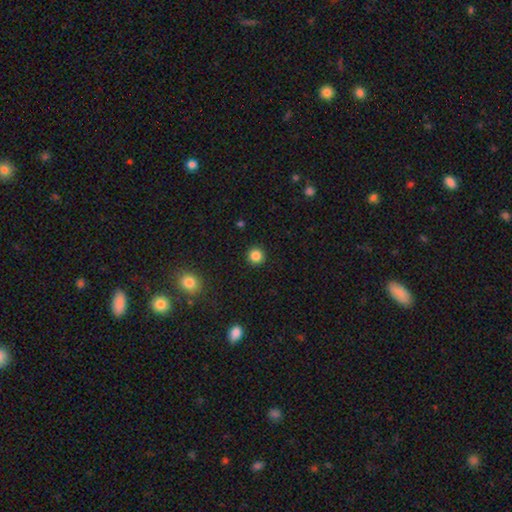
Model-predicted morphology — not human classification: The model was most divided on "smooth or featured": smooth: 85%, star or artifact: 11%, featured or disk: 3%. More confident: how rounded — round (95%); merging — none (93%).